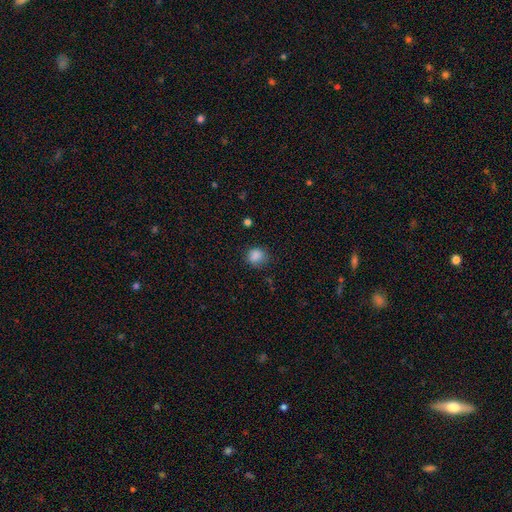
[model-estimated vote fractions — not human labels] Overall: smooth (85%). How rounded: round (71%). Merging: none (73%).